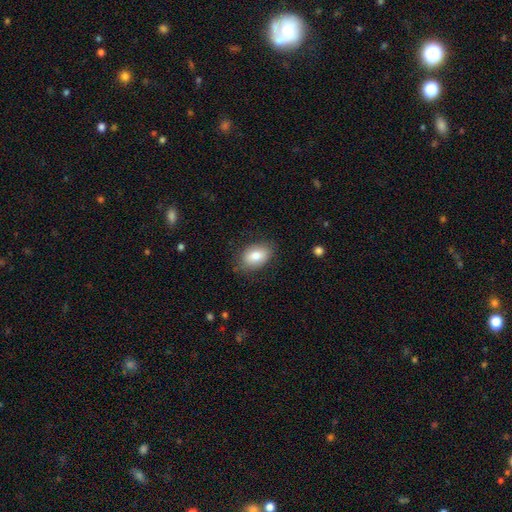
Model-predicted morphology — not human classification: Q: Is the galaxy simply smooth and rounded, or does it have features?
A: smooth — 80%.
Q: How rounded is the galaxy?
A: in between — 86%.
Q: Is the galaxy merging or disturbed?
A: none — 80%.